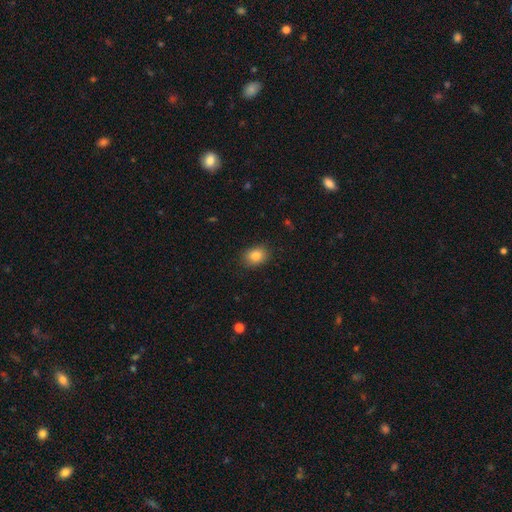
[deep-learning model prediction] A smooth galaxy with no disk features (84%) that is in between round and cigar-shaped (63%). Merging: none (87%).